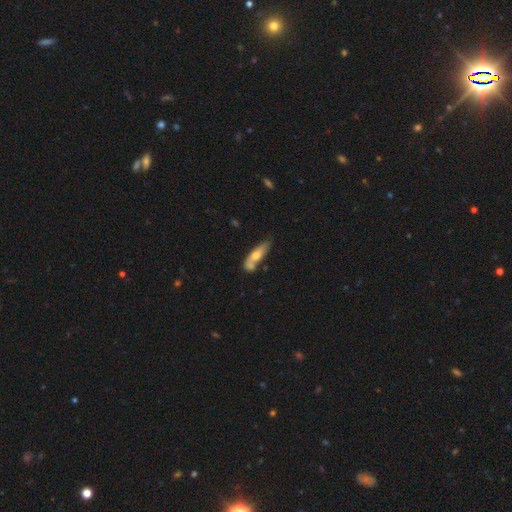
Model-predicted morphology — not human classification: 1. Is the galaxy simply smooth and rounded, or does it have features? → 53% smooth, 40% featured or disk, 7% star or artifact.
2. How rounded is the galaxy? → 61% cigar-shaped, 36% in between, 3% round.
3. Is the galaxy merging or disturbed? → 52% none, 22% merger, 20% minor disturbance, 6% major disturbance.